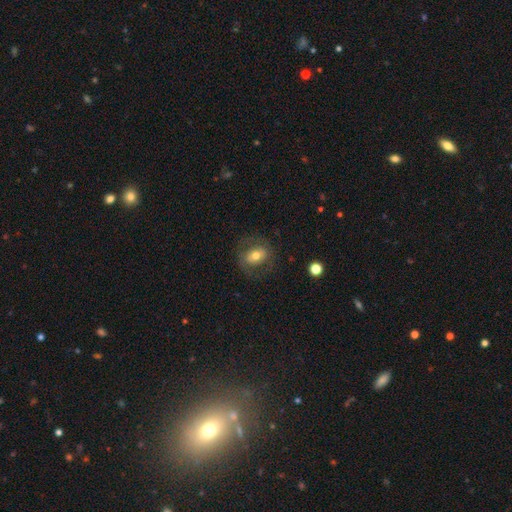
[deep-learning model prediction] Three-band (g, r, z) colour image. It shows a smooth galaxy with no disk features (58%) that is in between round and cigar-shaped (59%). Merging: none (72%).